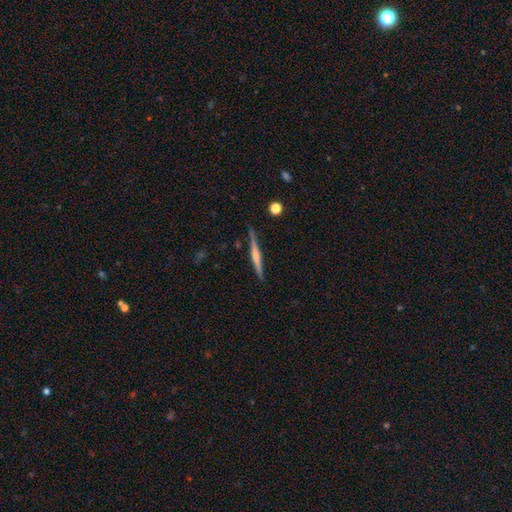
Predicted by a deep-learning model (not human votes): Smooth or featured: featured or disk — 71% (smooth — 23%)
Edge-on disk: yes — 98% (no — 2%)
Edge-on bulge: rounded — 61% (none — 26%)
Merging: none — 89% (minor disturbance — 8%)